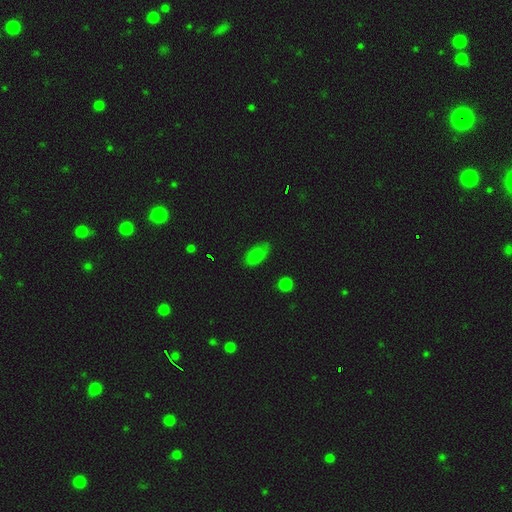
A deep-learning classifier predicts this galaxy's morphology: Smooth or featured? smooth (81%)
How rounded? in between (90%)
Merging? none (75%)